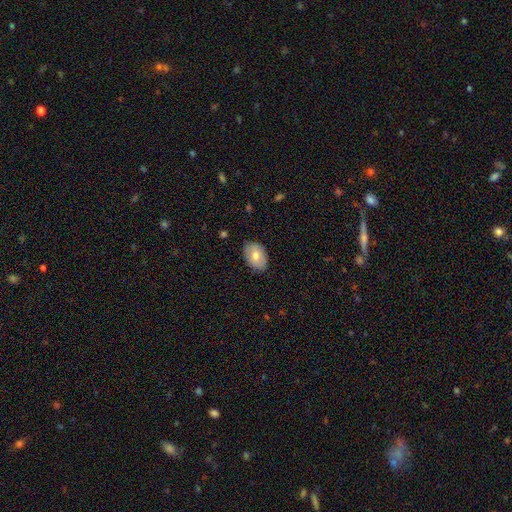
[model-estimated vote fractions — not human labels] smooth 69%, featured or disk 24%, star or artifact 7%. Down the decision tree: how rounded — in between (86%); merging — none (85%).